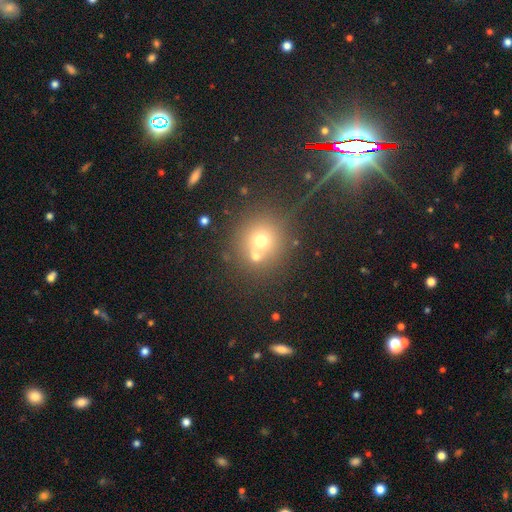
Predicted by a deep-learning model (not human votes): A smooth galaxy with no disk features (65%) that is round (86%). Merging: none (54%).